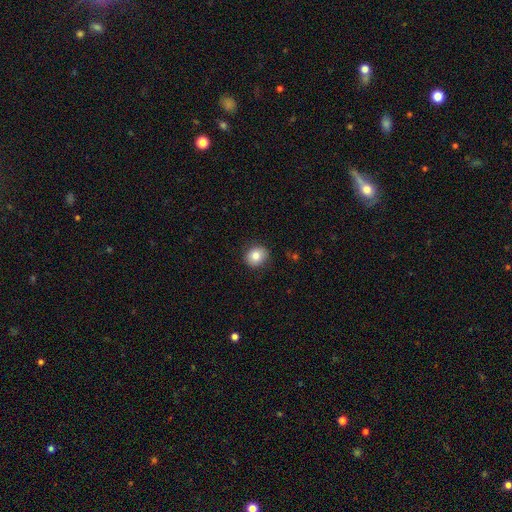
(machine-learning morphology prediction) The model was most divided on "how rounded": round: 72%, in between: 27%, cigar-shaped: 1%. More confident: merging — none (86%); smooth or featured — smooth (83%).